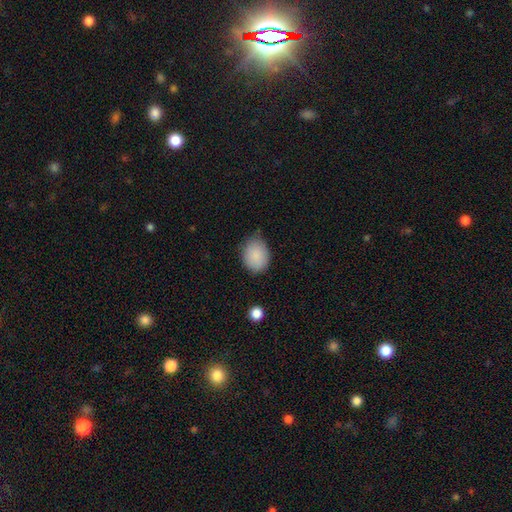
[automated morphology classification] Q: Smooth or featured?
A: smooth (88%); runner-up: star or artifact (7%)
Q: How rounded?
A: in between (55%); runner-up: round (44%)
Q: Merging?
A: none (69%); runner-up: minor disturbance (25%)